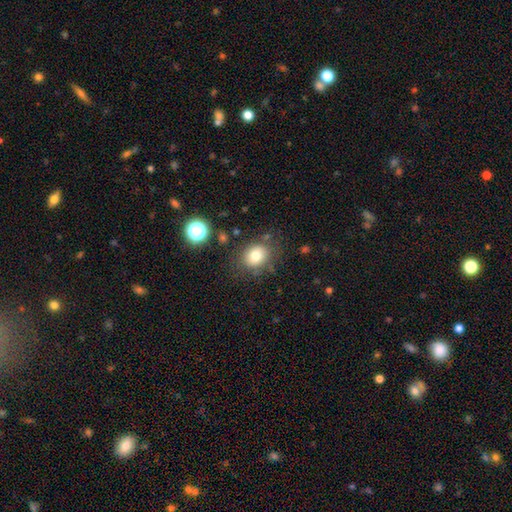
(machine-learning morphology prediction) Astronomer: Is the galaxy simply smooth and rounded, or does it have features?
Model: smooth — 77%.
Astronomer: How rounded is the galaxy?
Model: round — 59% (runner-up: in between, 40%).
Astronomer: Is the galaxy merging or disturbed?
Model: none — 74%.